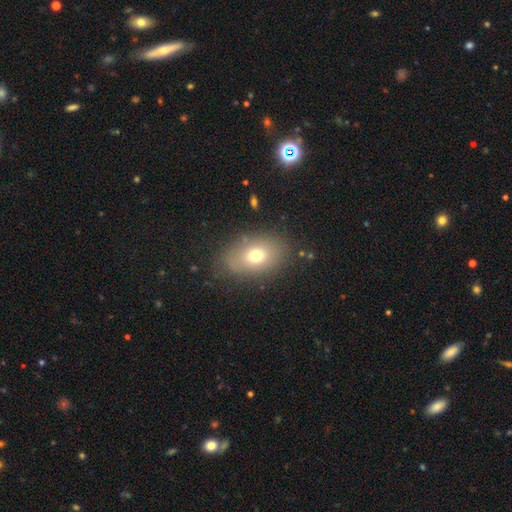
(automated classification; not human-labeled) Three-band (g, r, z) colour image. It shows a smooth galaxy with no disk features (69%) that is in between round and cigar-shaped (79%). Merging: none (80%).